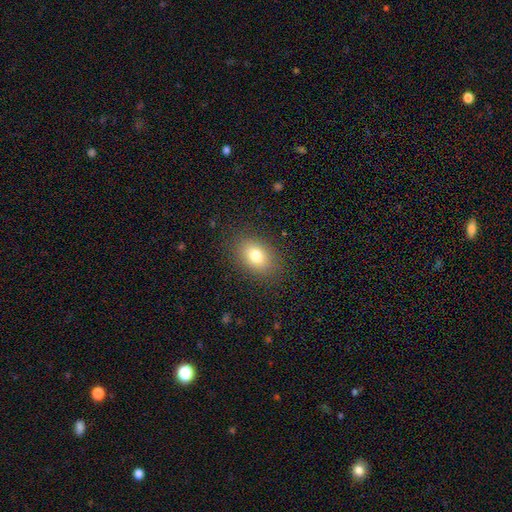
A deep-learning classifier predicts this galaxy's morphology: A smooth galaxy with no disk features (79%) that is in between round and cigar-shaped (78%). Merging: none (86%).